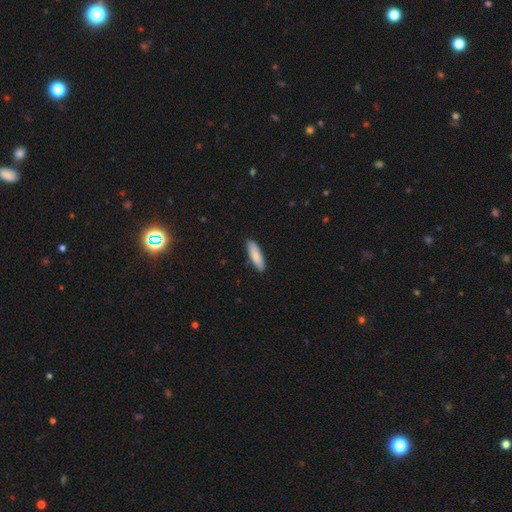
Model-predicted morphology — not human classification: The model was most divided on "how rounded": cigar-shaped: 59%, in between: 40%, round: 1%. More confident: merging — none (87%); smooth or featured — smooth (85%).